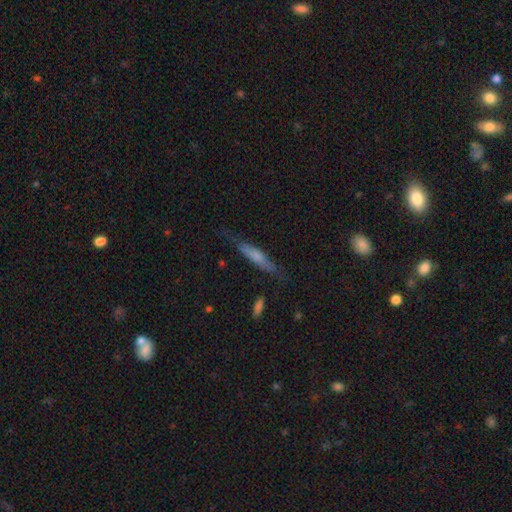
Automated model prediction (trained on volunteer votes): Q: Smooth or featured?
A: smooth (55%); runner-up: featured or disk (38%)
Q: How rounded?
A: cigar-shaped (86%); runner-up: in between (12%)
Q: Merging?
A: none (68%); runner-up: minor disturbance (23%)